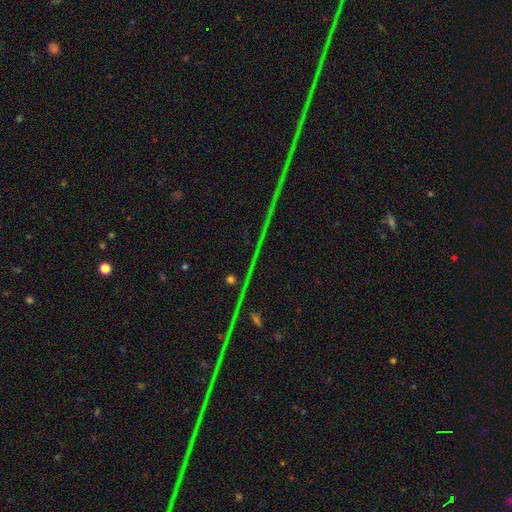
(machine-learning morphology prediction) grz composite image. It shows a star or artifact, not a galaxy (85%).